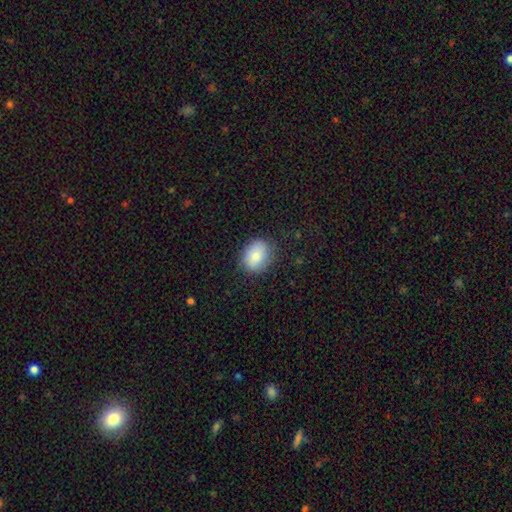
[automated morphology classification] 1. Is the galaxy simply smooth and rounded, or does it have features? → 83% smooth, 10% featured or disk, 7% star or artifact.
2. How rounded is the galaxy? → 53% in between, 46% round, 1% cigar-shaped.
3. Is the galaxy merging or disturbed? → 80% none, 15% minor disturbance, 4% major disturbance, 1% merger.